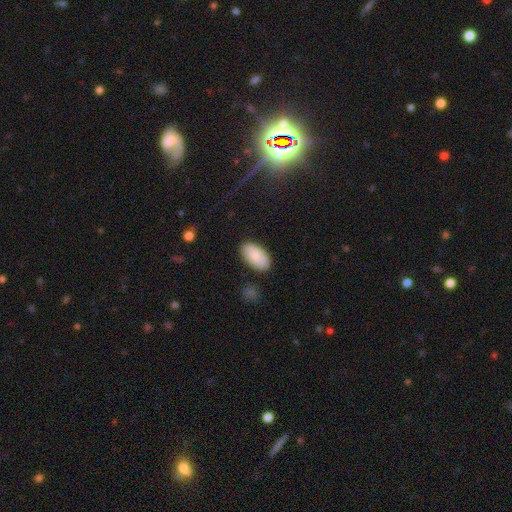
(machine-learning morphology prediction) This is clearly a smooth galaxy (85%). How rounded: clearly in between (95%). Merging: clearly none (84%).